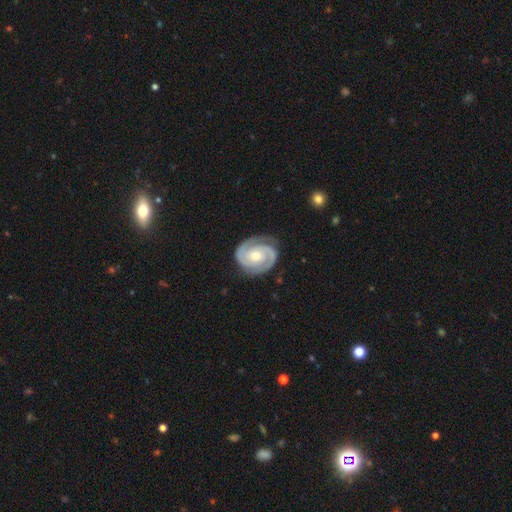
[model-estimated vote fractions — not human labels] Overall: featured or disk (91%). Edge-on disk: no (98%). Bar: no (65%; weak 27%). Spiral arms: yes (98%). Spiral arm count: 2 (92%). Spiral winding: tight (66%; medium 30%). Bulge size: moderate (60%; small 33%). Merging: none (83%).